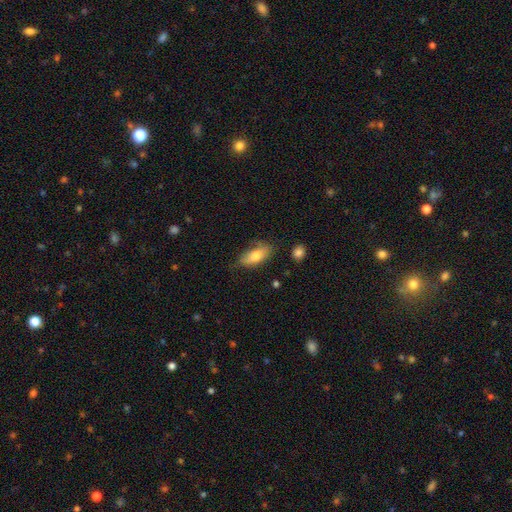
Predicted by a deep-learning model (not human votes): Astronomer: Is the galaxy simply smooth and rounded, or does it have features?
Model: smooth — 73%.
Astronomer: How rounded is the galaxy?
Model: in between — 83%.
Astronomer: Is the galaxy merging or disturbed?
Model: none — 67%.